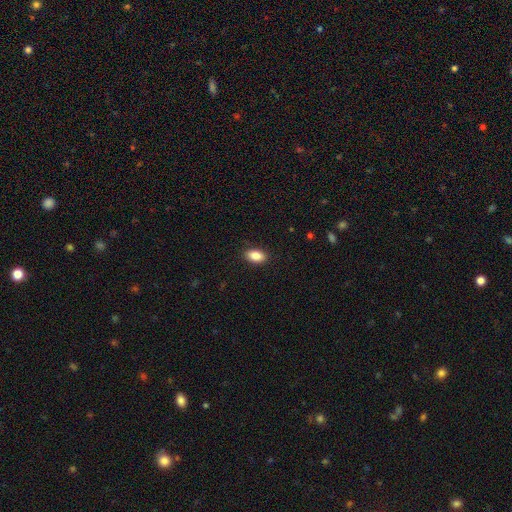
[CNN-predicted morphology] This is clearly a smooth galaxy (87%). How rounded: clearly in between (91%). Merging: clearly none (89%).